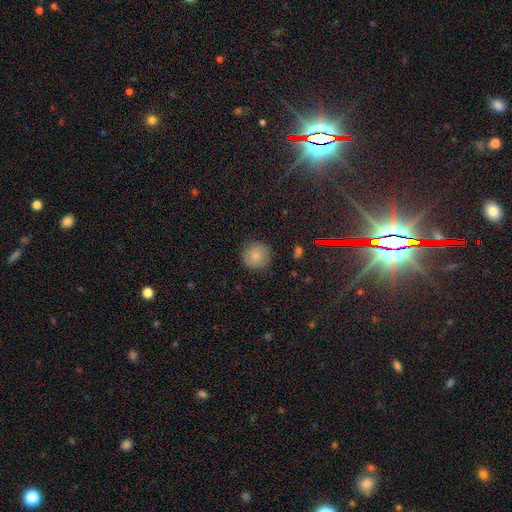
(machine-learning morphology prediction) This is clearly a smooth galaxy (81%). How rounded: clearly round (94%). Merging: clearly none (85%).